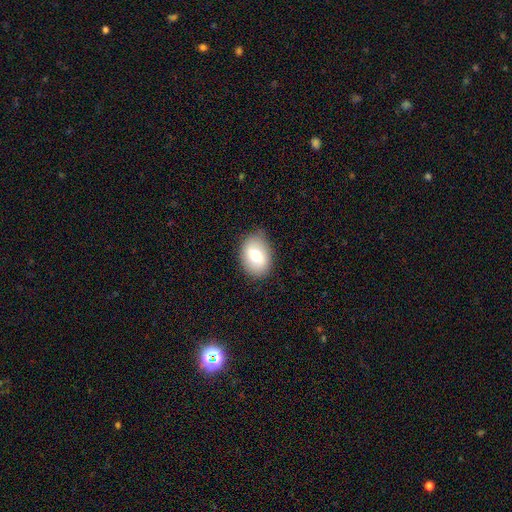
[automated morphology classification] This appears to be a smooth galaxy with no disk features (69%) that is in between round and cigar-shaped (72%). Merging: none (80%).